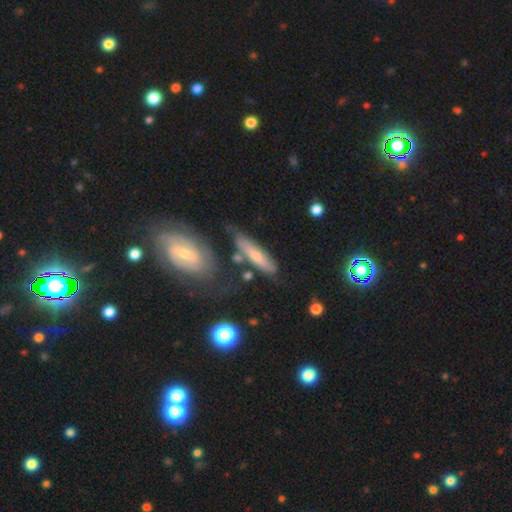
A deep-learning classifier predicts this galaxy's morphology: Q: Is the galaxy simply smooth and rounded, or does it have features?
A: smooth — 54%.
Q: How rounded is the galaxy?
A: cigar-shaped — 70%.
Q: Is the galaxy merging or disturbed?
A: none — 62%.